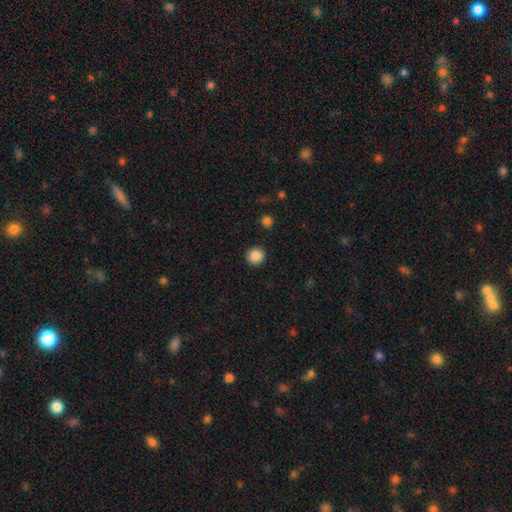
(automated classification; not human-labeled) The model was most divided on "smooth or featured": smooth: 88%, star or artifact: 9%, featured or disk: 3%. More confident: how rounded — round (94%); merging — none (92%).